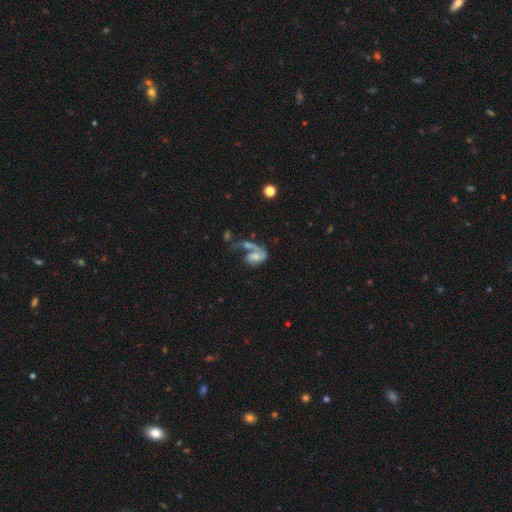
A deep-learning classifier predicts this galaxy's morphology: This is likely a featured or disk galaxy (62%). It is clearly not viewed edge-on (97%). Bar: likely no (61%). Spiral arm pattern: likely yes (73%). Central bulge: marginally small (37%). Merging: marginally major disturbance (35%).